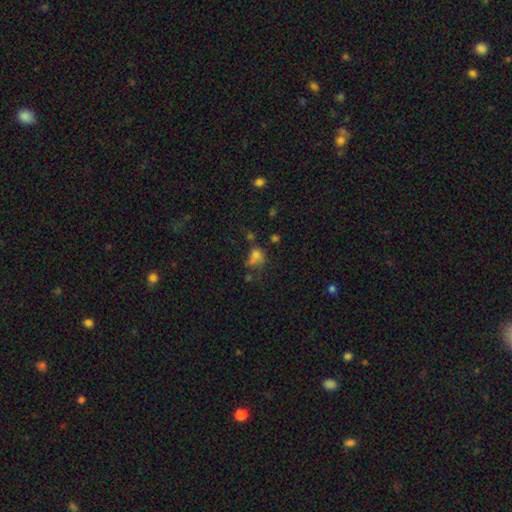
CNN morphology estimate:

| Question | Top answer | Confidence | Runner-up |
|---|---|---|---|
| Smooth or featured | smooth | 66% | star or artifact (19%) |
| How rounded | round | 55% | in between (43%) |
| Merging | none | 34% | merger (33%) |